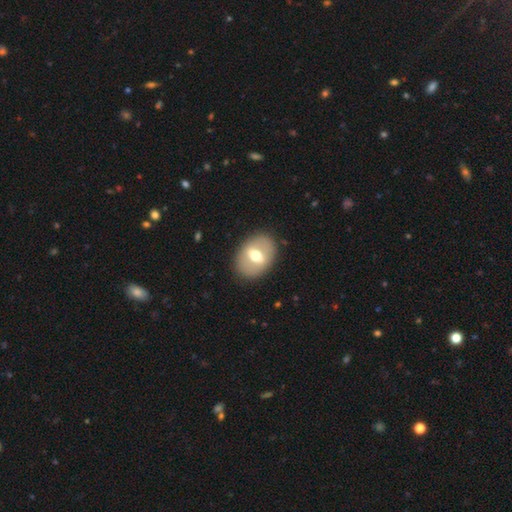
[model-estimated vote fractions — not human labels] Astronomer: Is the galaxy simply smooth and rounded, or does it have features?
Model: smooth — 49% (runner-up: featured or disk, 45%).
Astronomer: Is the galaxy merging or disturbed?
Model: none — 87%.